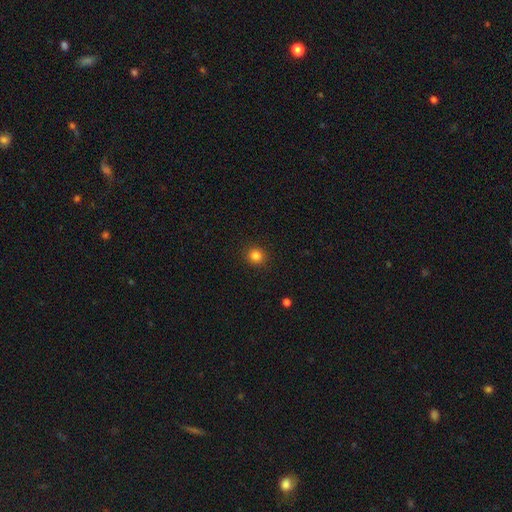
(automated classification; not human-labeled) This appears to be a smooth galaxy with no disk features (84%) that is round (91%). Merging: none (92%).